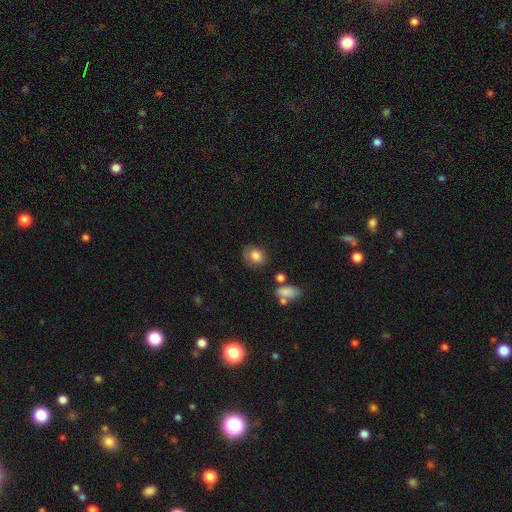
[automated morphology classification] Overall: smooth (81%). How rounded: round (59%; in between 40%). Merging: none (68%).